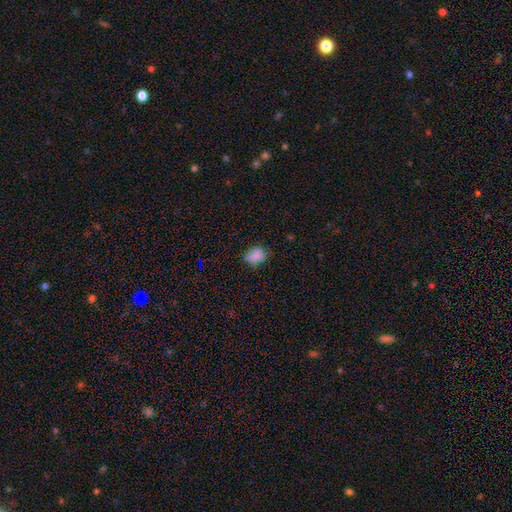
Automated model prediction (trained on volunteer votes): Smooth or featured?
  - smooth: 82% *
  - star or artifact: 11%
  - featured or disk: 7%
How rounded?
  - in between: 58% *
  - round: 41%
  - cigar-shaped: 1%
Merging?
  - none: 70% *
  - minor disturbance: 23%
  - major disturbance: 5%
  - merger: 1%